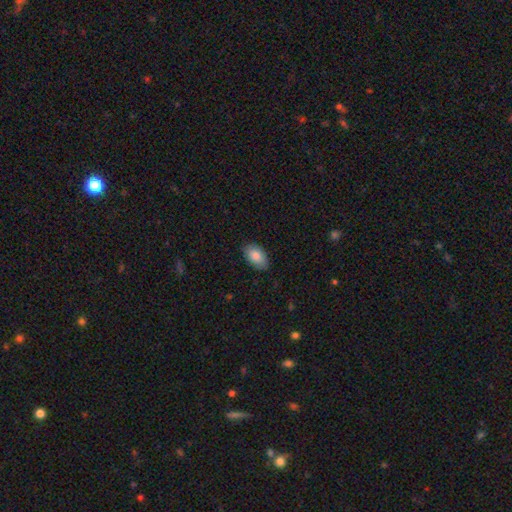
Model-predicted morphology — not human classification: This is clearly a smooth galaxy (84%). How rounded: clearly in between (93%). Merging: clearly none (84%).